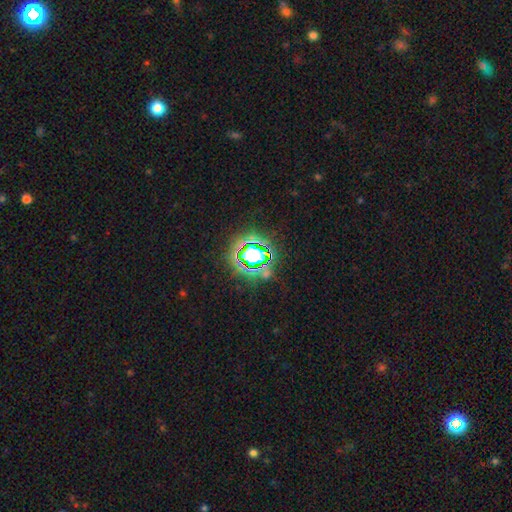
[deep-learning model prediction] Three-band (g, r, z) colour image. It shows a star or artifact, not a galaxy (78%).